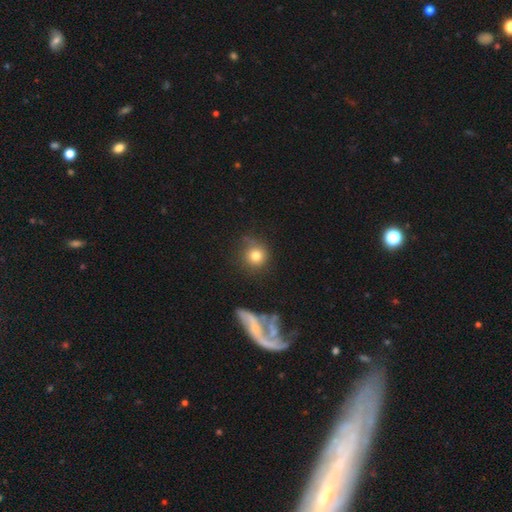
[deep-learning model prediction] The model was most divided on "merging": none: 72%, minor disturbance: 16%, major disturbance: 7%, merger: 6%. More confident: how rounded — round (92%); smooth or featured — smooth (78%).